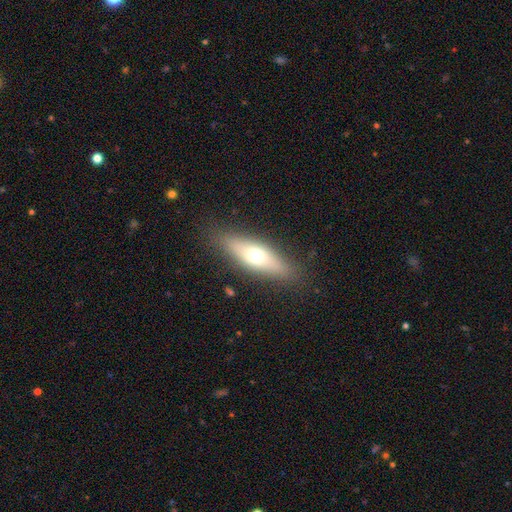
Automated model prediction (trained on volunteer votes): A smooth galaxy with no disk features (57%) that is cigar-shaped (52%). Merging: none (86%).